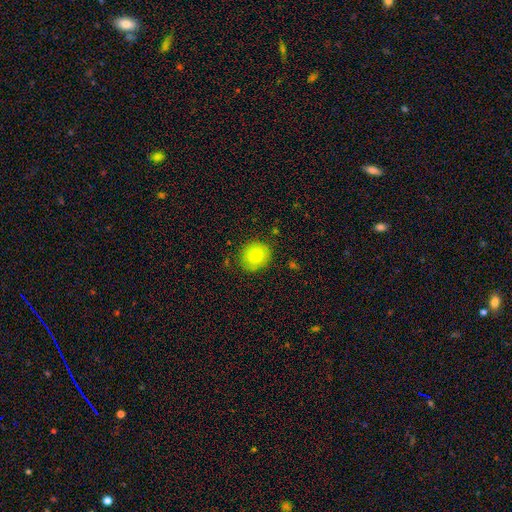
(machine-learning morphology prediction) Smooth or featured: smooth — 76% (featured or disk — 13%)
How rounded: round — 85% (in between — 14%)
Merging: none — 84% (minor disturbance — 12%)